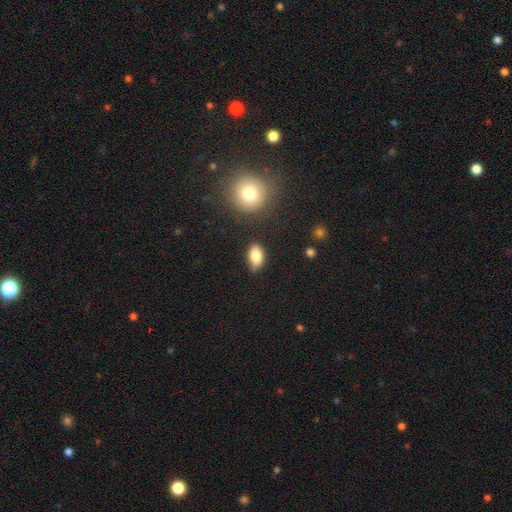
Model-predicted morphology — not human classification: Smooth or featured? smooth (84%)
How rounded? in between (91%)
Merging? none (70%)